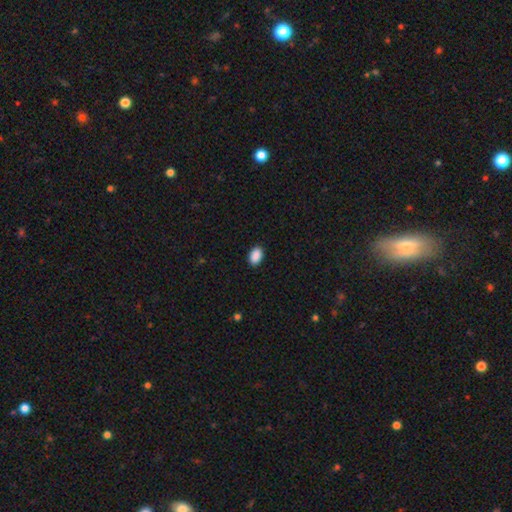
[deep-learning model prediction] Smooth or featured: smooth — 91% (star or artifact — 7%)
How rounded: in between — 89% (round — 10%)
Merging: none — 90% (minor disturbance — 7%)